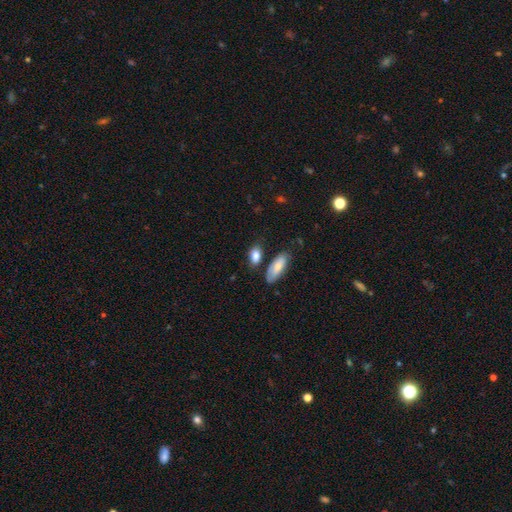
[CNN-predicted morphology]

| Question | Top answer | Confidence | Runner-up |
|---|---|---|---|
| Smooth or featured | smooth | 81% | featured or disk (11%) |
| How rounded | in between | 82% | round (11%) |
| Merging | none | 65% | minor disturbance (19%) |